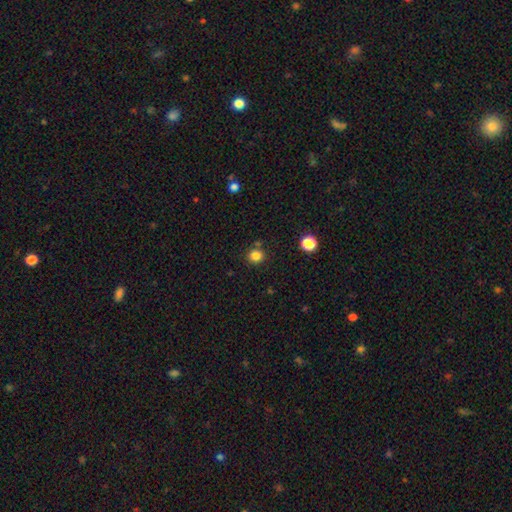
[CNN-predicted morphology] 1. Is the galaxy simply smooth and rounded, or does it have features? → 83% smooth, 13% star or artifact, 4% featured or disk.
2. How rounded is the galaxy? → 89% round, 10% in between, 1% cigar-shaped.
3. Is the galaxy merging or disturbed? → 83% none, 9% minor disturbance, 6% merger, 3% major disturbance.